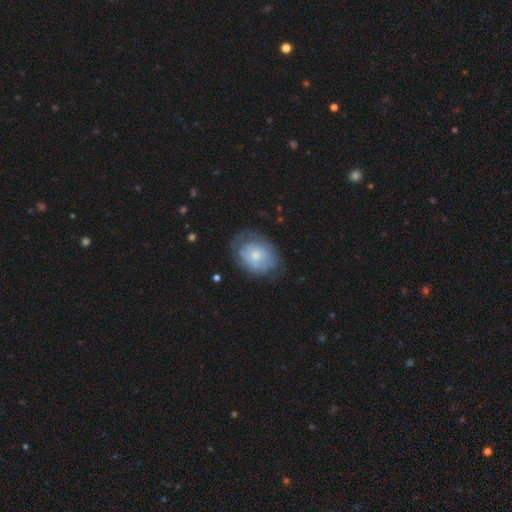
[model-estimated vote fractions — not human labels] Morphology: type=smooth (47%); merging=none (61%).